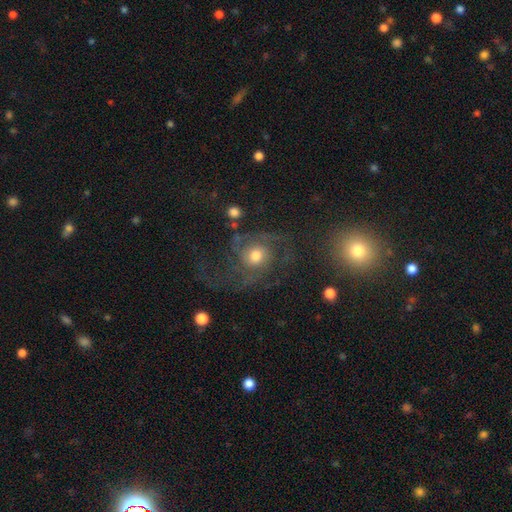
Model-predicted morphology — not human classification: type=featured or disk (71%); edge-on=no (97%); bar=no (79%); spiral arms=yes (88%); winding=medium (46%); arm count=2 (45%); bulge=moderate (66%); merging=none (50%).